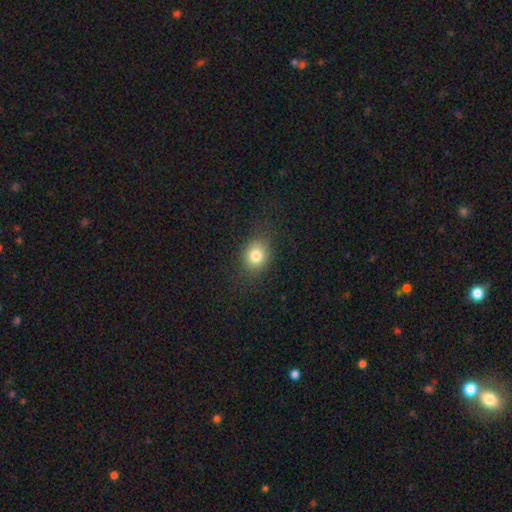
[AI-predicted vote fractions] smooth-or-featured: smooth: 80% | star or artifact: 11% | featured or disk: 9%
  how-rounded: round: 56% | in between: 43% | cigar-shaped: 1%
  merging: none: 82% | minor disturbance: 12% | major disturbance: 5% | merger: 1%